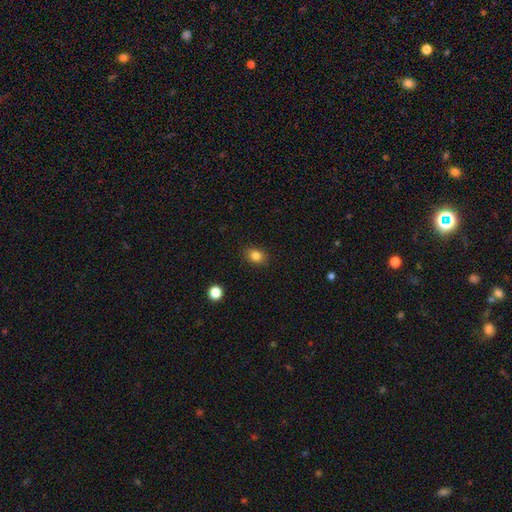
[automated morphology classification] Smooth or featured: smooth — 84% (star or artifact — 11%)
How rounded: round — 54% (in between — 45%)
Merging: none — 87% (minor disturbance — 9%)